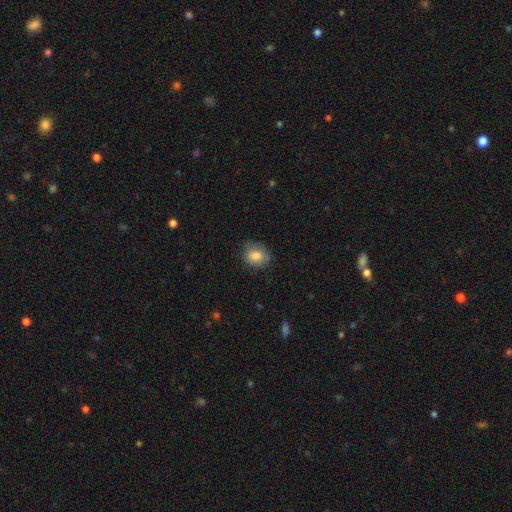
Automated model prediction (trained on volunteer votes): Smooth or featured?
  - smooth: 81% *
  - featured or disk: 11%
  - star or artifact: 8%
How rounded?
  - round: 63% *
  - in between: 36%
  - cigar-shaped: 1%
Merging?
  - none: 74% *
  - minor disturbance: 20%
  - major disturbance: 5%
  - merger: 1%